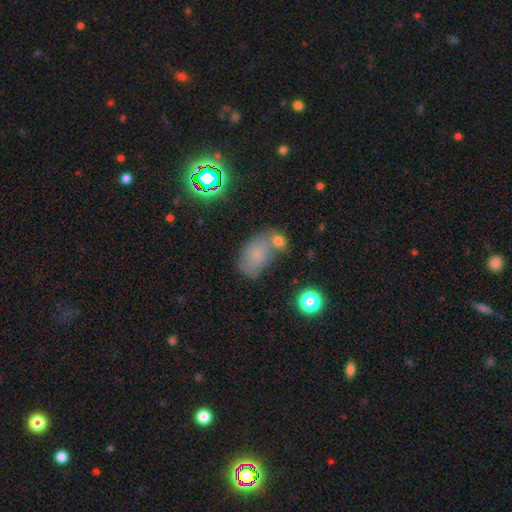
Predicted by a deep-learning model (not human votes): A smooth galaxy with no disk features (67%) that is in between round and cigar-shaped (86%). Merging: none (43%).